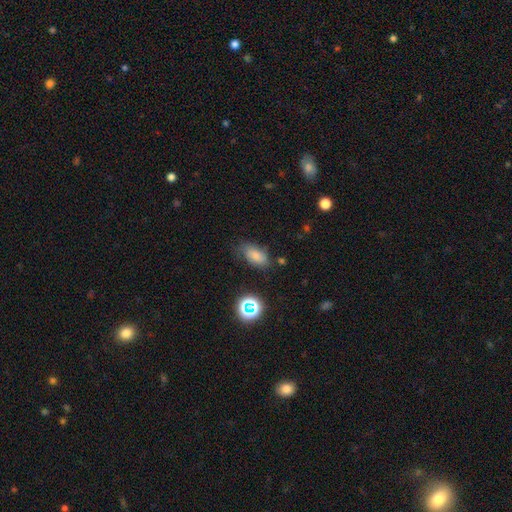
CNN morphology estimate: smooth 72%, star or artifact 15%, featured or disk 14%. Down the decision tree: how rounded — in between (88%); merging — none (66%).